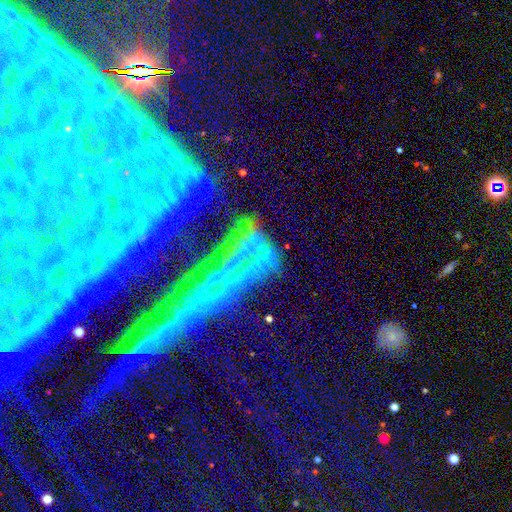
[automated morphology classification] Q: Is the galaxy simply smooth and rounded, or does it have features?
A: star or artifact — 62%.